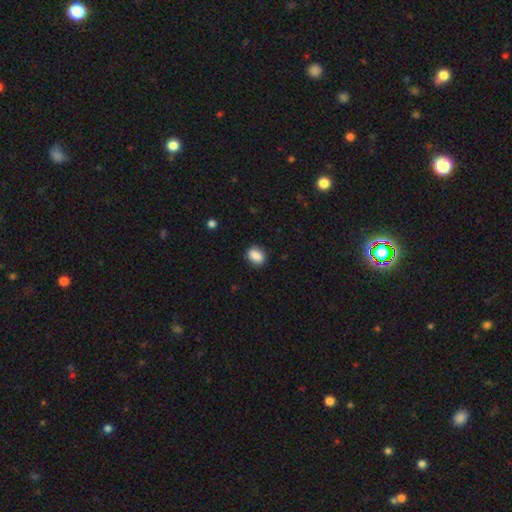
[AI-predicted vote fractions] Smooth or featured: smooth — 88% (star or artifact — 8%)
How rounded: in between — 67% (round — 32%)
Merging: none — 87% (minor disturbance — 10%)